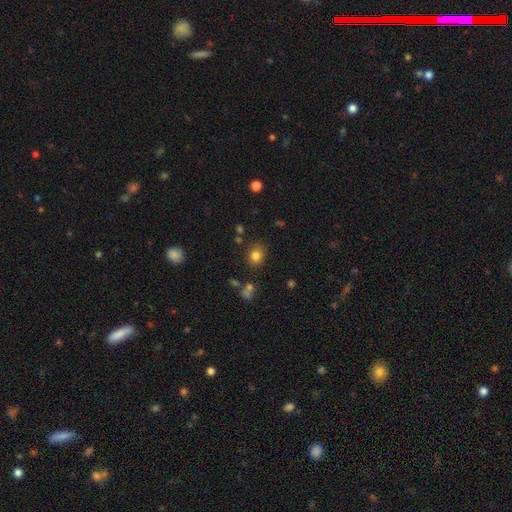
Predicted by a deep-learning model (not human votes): Q: Smooth or featured?
A: smooth (80%); runner-up: star or artifact (13%)
Q: How rounded?
A: round (65%); runner-up: in between (35%)
Q: Merging?
A: none (81%); runner-up: minor disturbance (11%)